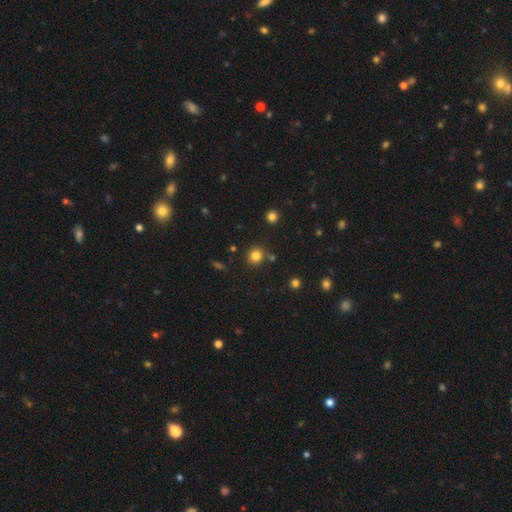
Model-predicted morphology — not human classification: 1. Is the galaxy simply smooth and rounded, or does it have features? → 82% smooth, 13% star or artifact, 5% featured or disk.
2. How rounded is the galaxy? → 87% round, 12% in between, 1% cigar-shaped.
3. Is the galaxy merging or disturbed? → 82% none, 8% minor disturbance, 7% merger, 3% major disturbance.